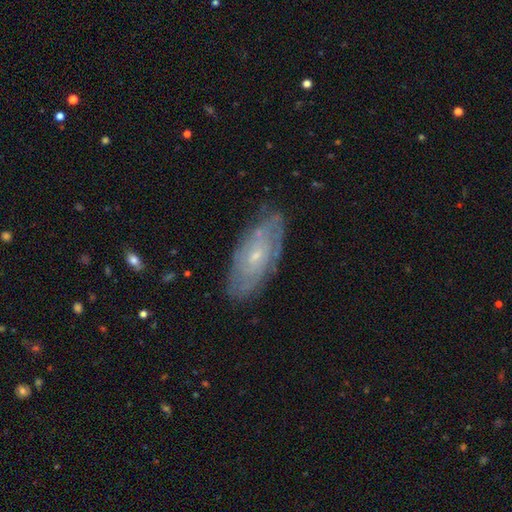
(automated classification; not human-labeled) smooth-or-featured: featured or disk: 71% | smooth: 22% | star or artifact: 7%
  disk-edge-on: no: 88% | yes: 12%
    bar: no: 72% | weak: 24% | strong: 4%
    has-spiral-arms: yes: 80% | no: 20%
      spiral-winding: tight: 67% | medium: 25% | loose: 8%
      spiral-arm-count: can't tell: 61% | 2: 18% | 3: 8% | 4: 6% | 1: 4% | more than 4: 4%
    bulge-size: small: 76% | moderate: 20% | none: 3% | large: 1% | dominant: 1%
  merging: none: 77% | minor disturbance: 18% | major disturbance: 4% | merger: 1%